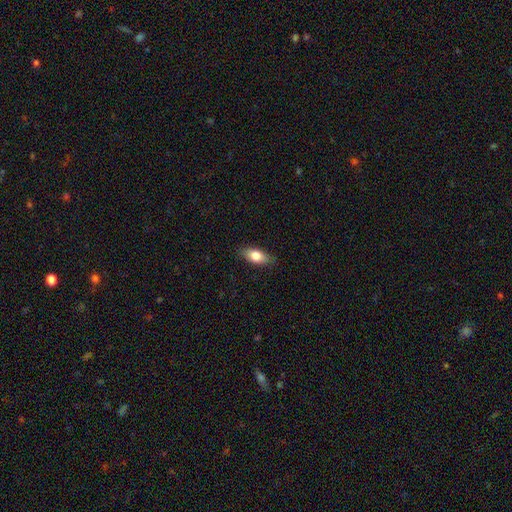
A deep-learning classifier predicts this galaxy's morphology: Overall: smooth (77%). How rounded: in between (82%). Merging: none (85%).